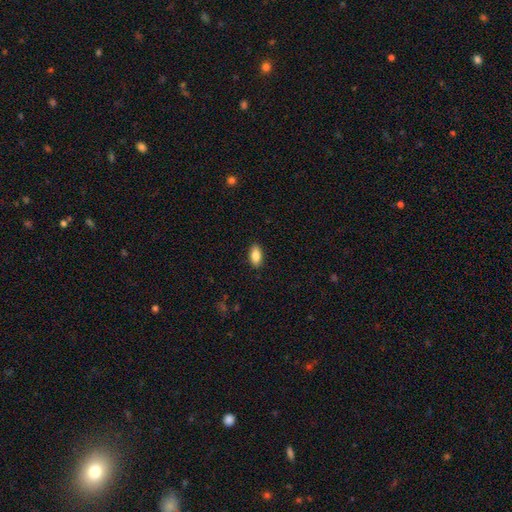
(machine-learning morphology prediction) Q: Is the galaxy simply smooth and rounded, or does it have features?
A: smooth — 86%.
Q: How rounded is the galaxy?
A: in between — 90%.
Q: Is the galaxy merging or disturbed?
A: none — 89%.